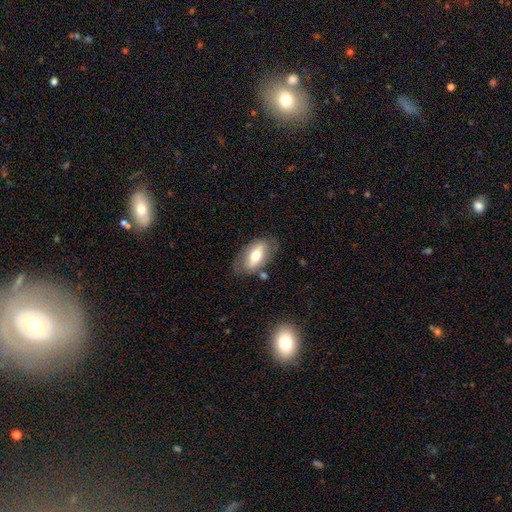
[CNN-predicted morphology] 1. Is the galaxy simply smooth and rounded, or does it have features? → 57% smooth, 36% featured or disk, 7% star or artifact.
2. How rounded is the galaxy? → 87% in between, 9% cigar-shaped, 4% round.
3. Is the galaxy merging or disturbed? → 72% none, 18% minor disturbance, 6% major disturbance, 4% merger.